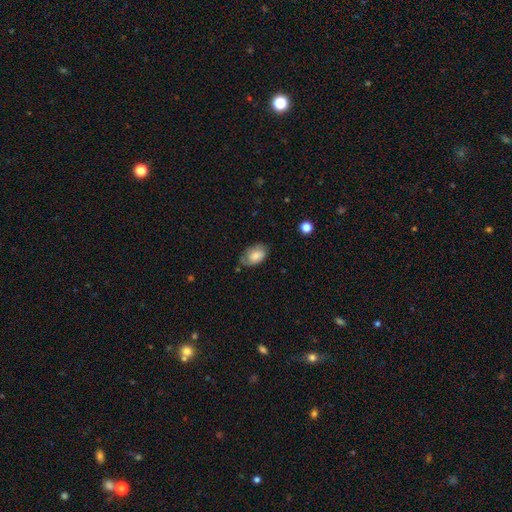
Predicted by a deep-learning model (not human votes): Morphology: type=smooth (70%); roundness=in between (90%); merging=none (57%).